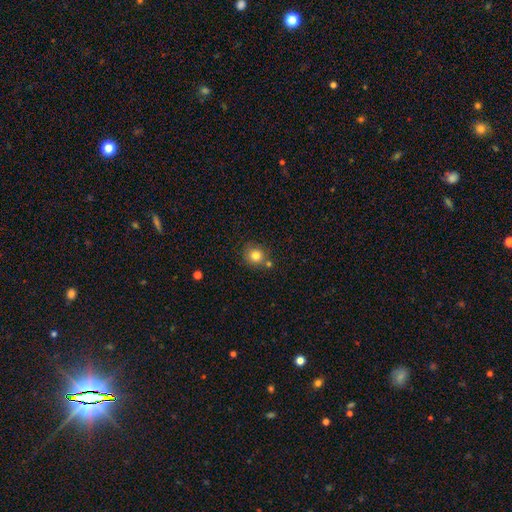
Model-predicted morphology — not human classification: This appears to be a smooth galaxy with no disk features (80%) that is round (87%). Merging: none (71%).